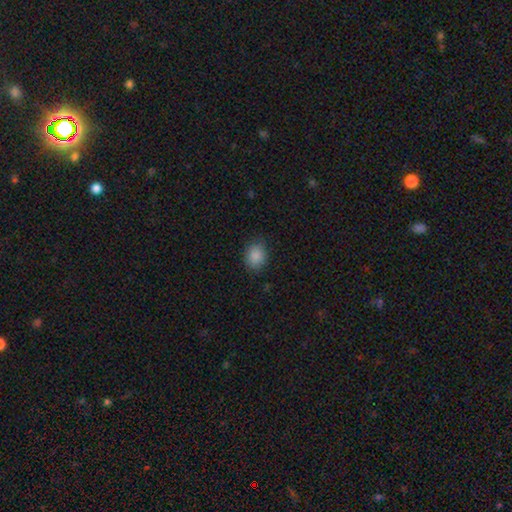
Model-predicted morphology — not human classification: Smooth or featured: smooth — 87% (star or artifact — 9%)
How rounded: in between — 51% (round — 49%)
Merging: none — 83% (minor disturbance — 12%)